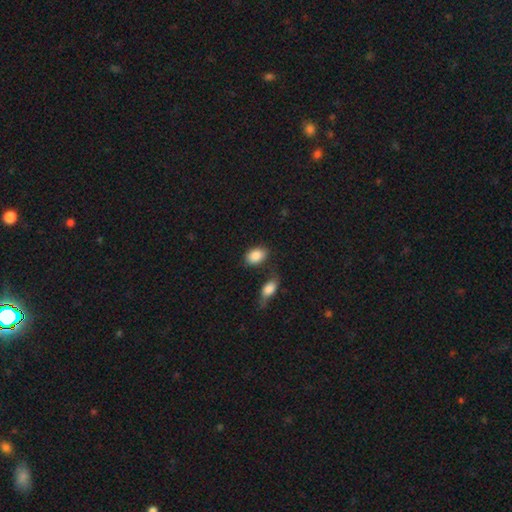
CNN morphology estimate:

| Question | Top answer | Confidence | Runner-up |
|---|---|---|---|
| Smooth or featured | smooth | 88% | star or artifact (7%) |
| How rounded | in between | 83% | round (15%) |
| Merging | none | 70% | minor disturbance (15%) |